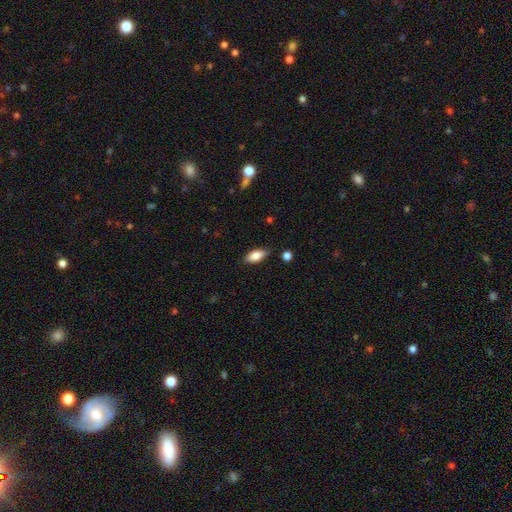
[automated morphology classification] This appears to be a smooth galaxy with no disk features (81%) that is in between round and cigar-shaped (85%). Merging: none (83%).